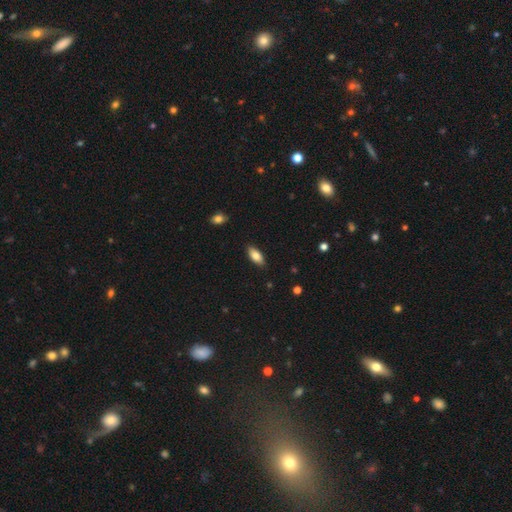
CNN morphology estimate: The model was most divided on "smooth or featured": smooth: 81%, featured or disk: 13%, star or artifact: 7%. More confident: merging — none (88%); how rounded — in between (86%).